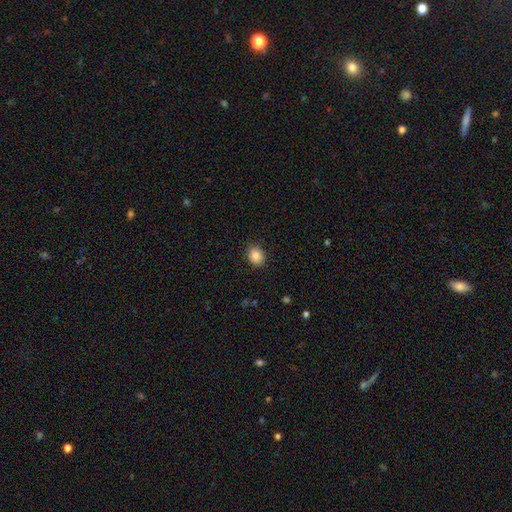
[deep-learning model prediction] Smooth or featured? smooth (87%)
How rounded? round (64%)
Merging? none (87%)